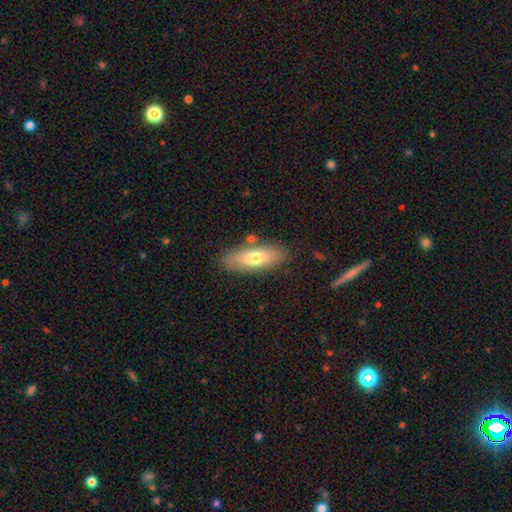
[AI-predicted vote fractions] smooth-or-featured: smooth: 60% | featured or disk: 30% | star or artifact: 10%
  how-rounded: in between: 60% | cigar-shaped: 37% | round: 3%
  merging: none: 83% | minor disturbance: 11% | merger: 4% | major disturbance: 3%